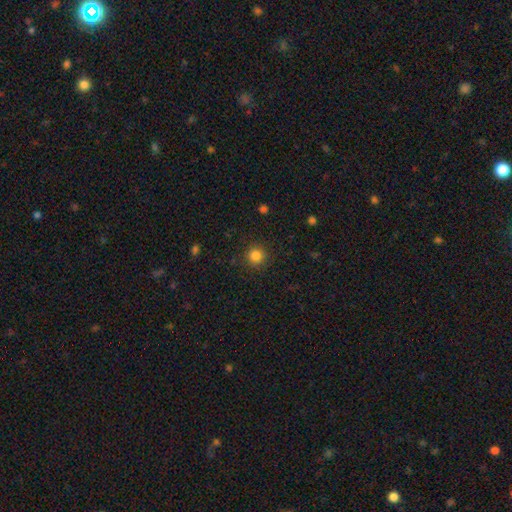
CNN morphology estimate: A smooth galaxy with no disk features (84%) that is round (94%). Merging: none (90%).